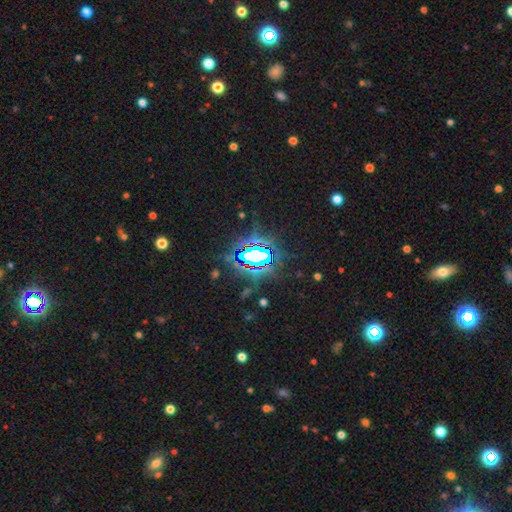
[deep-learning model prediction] Morphology: type=star or artifact (78%).